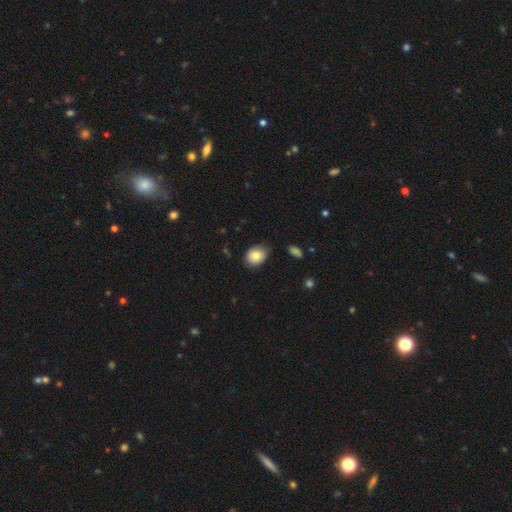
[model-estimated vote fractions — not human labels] Morphology: type=smooth (81%); roundness=in between (51%); merging=none (71%).